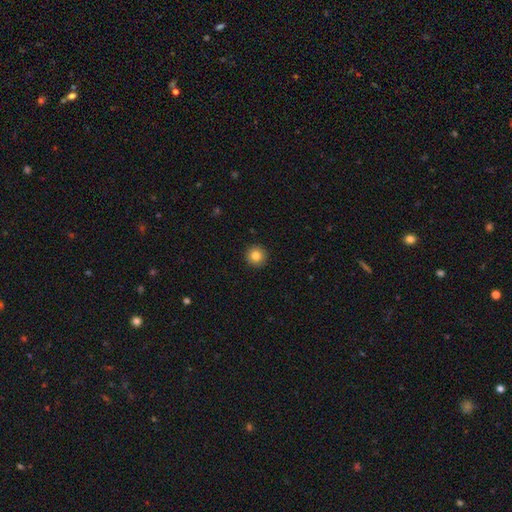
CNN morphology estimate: smooth-or-featured: smooth: 83% | star or artifact: 10% | featured or disk: 7%
  how-rounded: round: 96% | in between: 4% | cigar-shaped: 1%
  merging: none: 93% | minor disturbance: 5% | major disturbance: 2% | merger: 1%